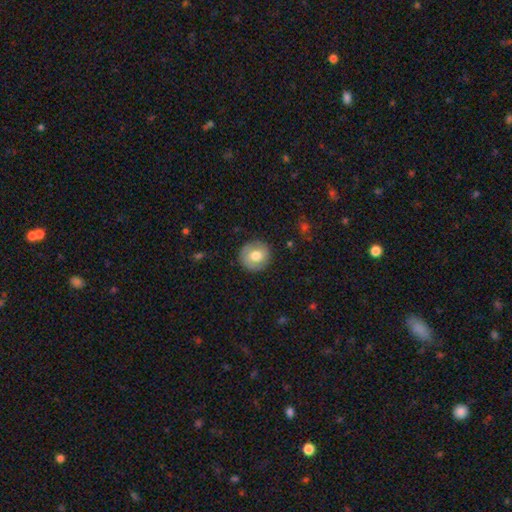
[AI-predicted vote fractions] smooth_or_featured: smooth (p=0.70) [alt: featured or disk p=0.23]
how_rounded: round (p=0.93) [alt: in between p=0.06]
merging: none (p=0.88) [alt: minor disturbance p=0.09]